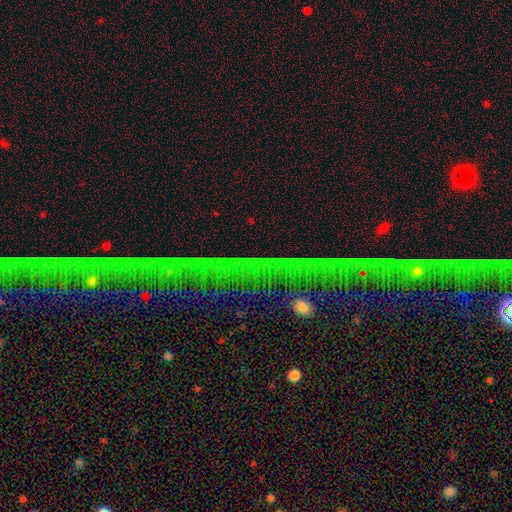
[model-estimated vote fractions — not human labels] Smooth or featured? Predicted: star or artifact (p=0.82).